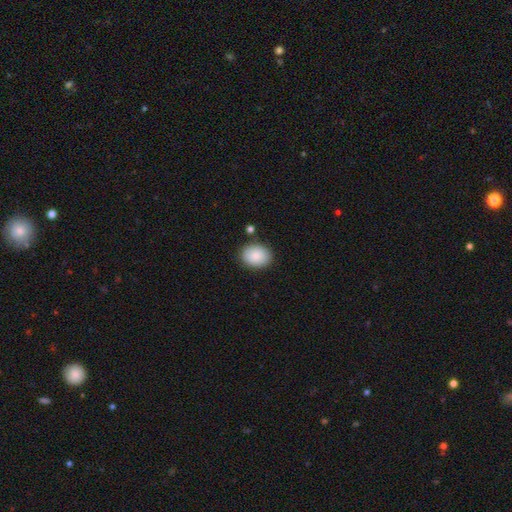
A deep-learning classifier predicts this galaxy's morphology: smooth 88%, star or artifact 7%, featured or disk 6%. Down the decision tree: how rounded — in between (61%); merging — none (85%).